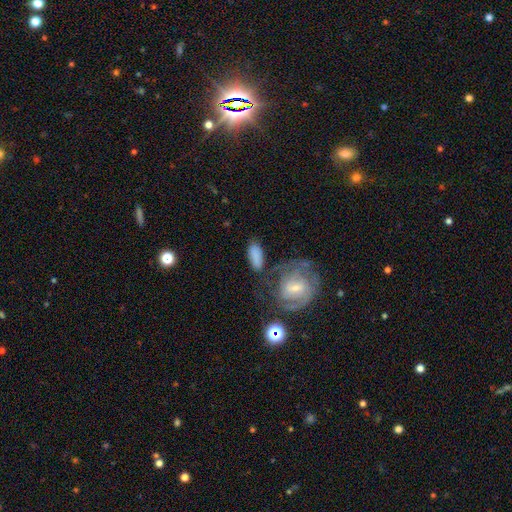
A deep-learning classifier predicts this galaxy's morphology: This is likely a smooth galaxy (74%). How rounded: clearly in between (85%). Merging: possibly none (59%).